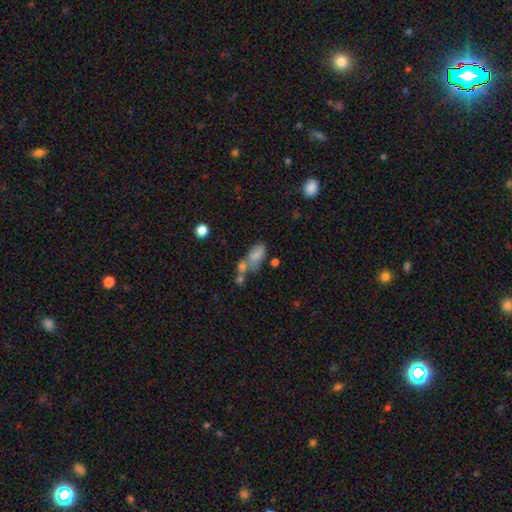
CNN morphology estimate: smooth 71%, featured or disk 18%, star or artifact 10%. Down the decision tree: how rounded — in between (88%); merging — merger (41%).